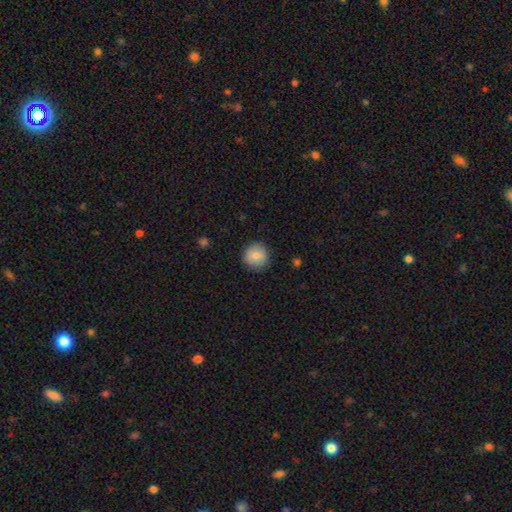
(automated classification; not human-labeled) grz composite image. It shows a smooth galaxy with no disk features (82%) that is round (93%). Merging: none (88%).